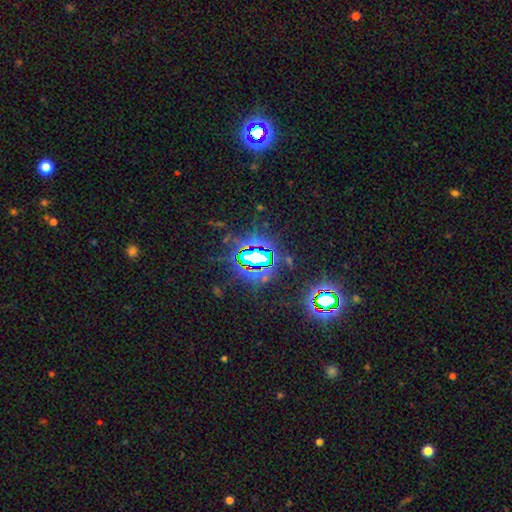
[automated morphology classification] smooth_or_featured: star or artifact (p=0.81) [alt: featured or disk p=0.09]